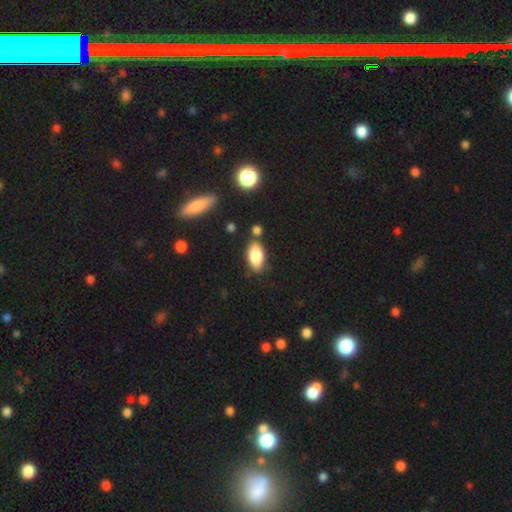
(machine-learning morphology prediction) type=smooth (83%); roundness=in between (92%); merging=none (75%).